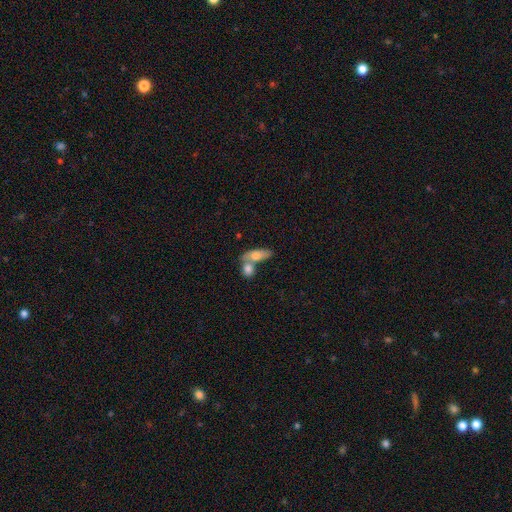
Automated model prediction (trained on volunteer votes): Smooth or featured?
  - smooth: 68% *
  - featured or disk: 26%
  - star or artifact: 6%
How rounded?
  - in between: 70% *
  - cigar-shaped: 21%
  - round: 9%
Merging?
  - merger: 52% *
  - none: 34%
  - minor disturbance: 10%
  - major disturbance: 4%